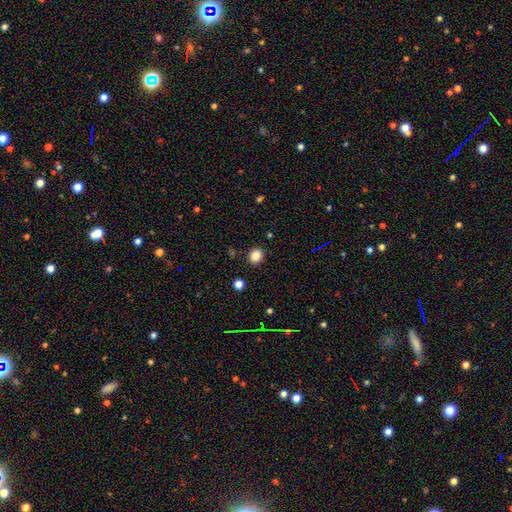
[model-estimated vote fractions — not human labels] This is clearly a smooth galaxy (84%). How rounded: likely round (75%). Merging: clearly none (90%).